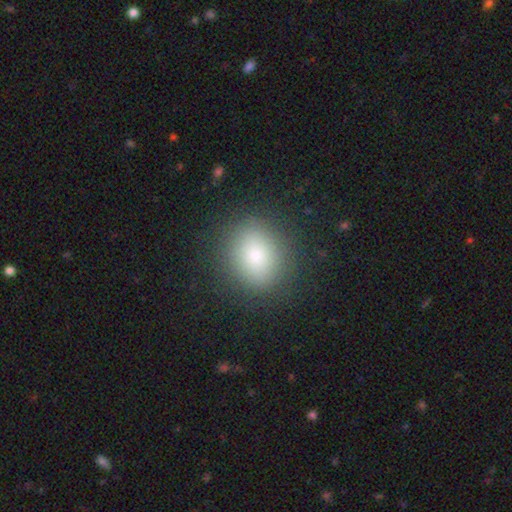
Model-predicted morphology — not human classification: Overall: smooth (82%). How rounded: round (68%; in between 31%). Merging: none (87%).